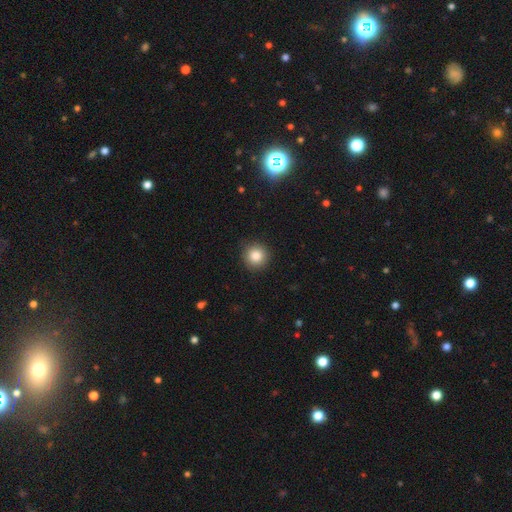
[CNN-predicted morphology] Smooth or featured? smooth (85%)
How rounded? round (95%)
Merging? none (91%)